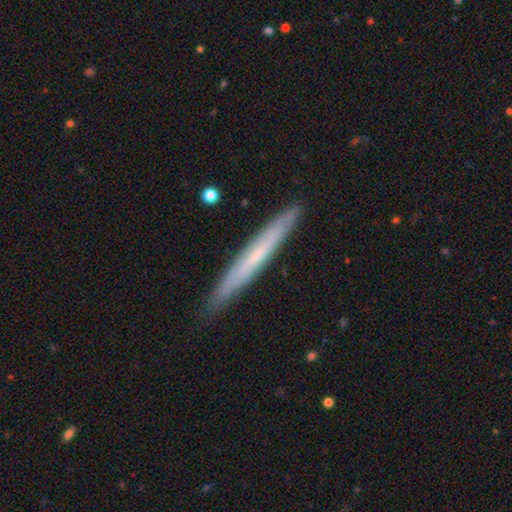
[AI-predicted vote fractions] A featured or disk galaxy (48%). Merging: none (88%).